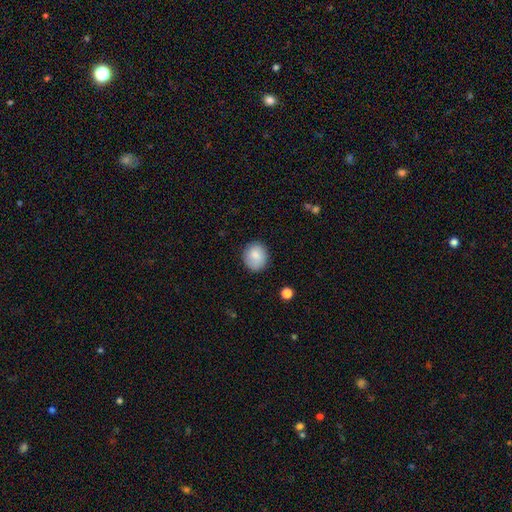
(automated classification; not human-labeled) Morphology: type=smooth (85%); roundness=round (71%); merging=none (84%).